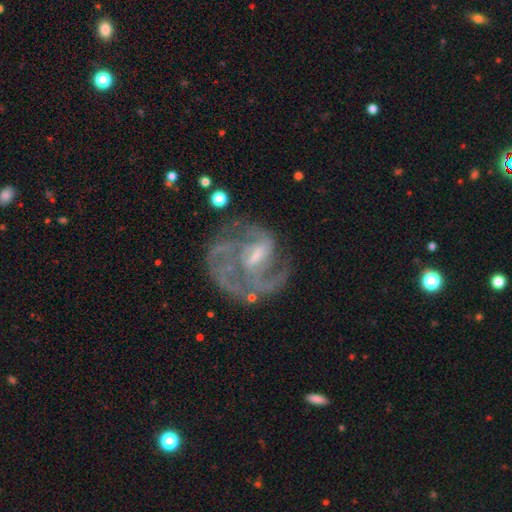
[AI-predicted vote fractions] Smooth or featured?
  - featured or disk: 86% *
  - smooth: 7%
  - star or artifact: 7%
Edge-on disk?
  - no: 98% *
  - yes: 2%
Bar?
  - weak: 55% *
  - strong: 23%
  - no: 22%
Spiral arms?
  - yes: 93% *
  - no: 7%
Spiral winding?
  - medium: 48% *
  - tight: 36%
  - loose: 16%
Spiral arm count?
  - 2: 39% *
  - 3: 21%
  - can't tell: 20%
  - 1: 10%
  - 4: 6%
  - more than 4: 5%
Bulge size?
  - small: 40% *
  - moderate: 30%
  - none: 25%
  - large: 3%
  - dominant: 1%
Merging?
  - none: 53% *
  - major disturbance: 25%
  - minor disturbance: 18%
  - merger: 4%